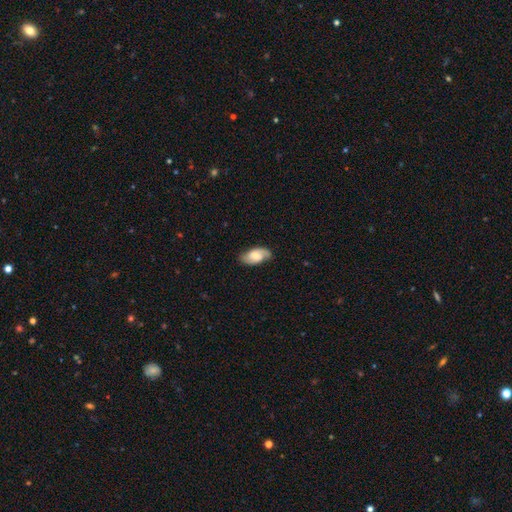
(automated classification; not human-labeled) Morphology: type=featured or disk (47%); merging=none (74%).